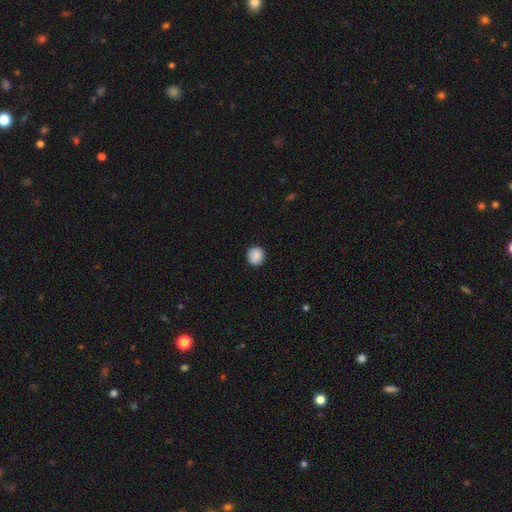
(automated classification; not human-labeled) This appears to be a smooth galaxy with no disk features (89%) that is round (87%). Merging: none (90%).